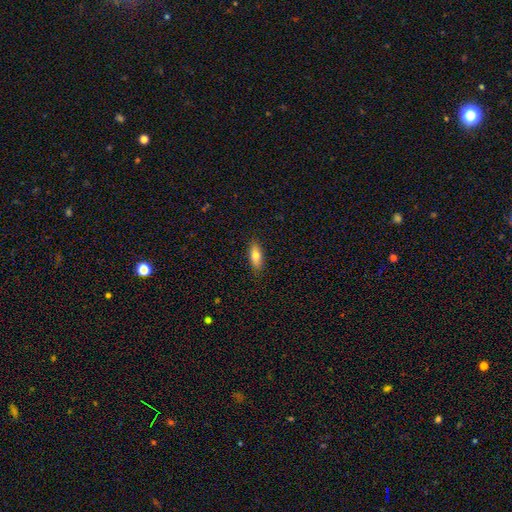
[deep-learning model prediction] Smooth or featured? Predicted: smooth (p=0.75). How rounded? Predicted: in between (p=0.73). Merging? Predicted: none (p=0.87).